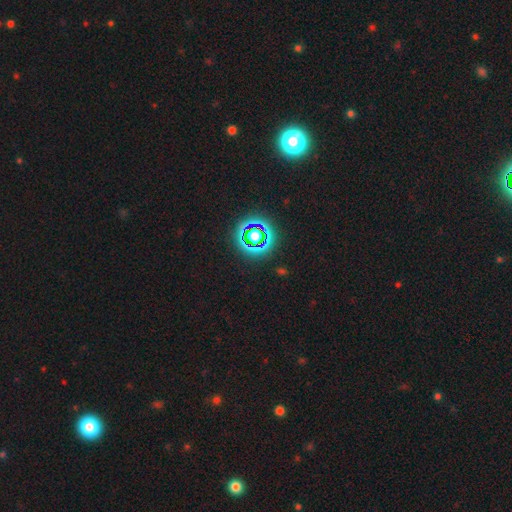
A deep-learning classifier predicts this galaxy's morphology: Smooth or featured? Predicted: star or artifact (p=0.68).